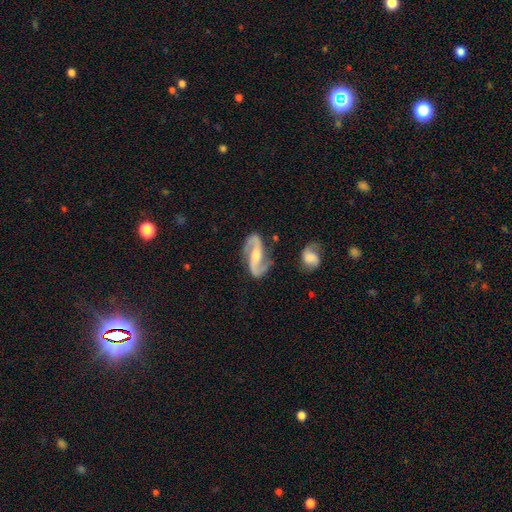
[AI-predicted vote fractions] featured or disk 89%, smooth 6%, star or artifact 4%. Down the decision tree: edge-on disk — no (96%); bar — weak (37%); spiral arms — yes (97%); spiral arm count — 2 (94%); spiral winding — medium (47%); bulge size — moderate (58%); merging — none (78%).